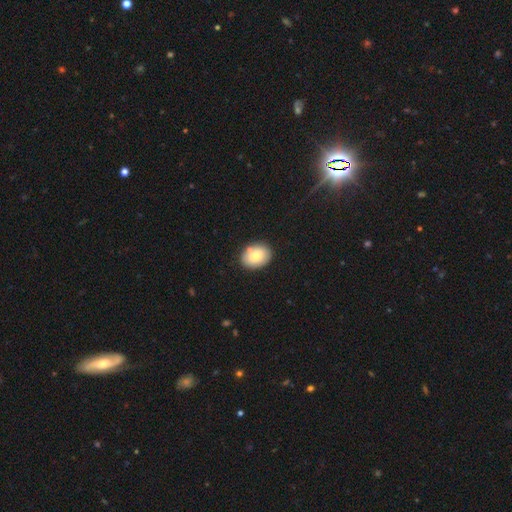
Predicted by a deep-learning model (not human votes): Smooth or featured?
  - smooth: 80% *
  - featured or disk: 13%
  - star or artifact: 7%
How rounded?
  - in between: 68% *
  - round: 32%
  - cigar-shaped: 1%
Merging?
  - none: 82% *
  - minor disturbance: 11%
  - merger: 4%
  - major disturbance: 2%